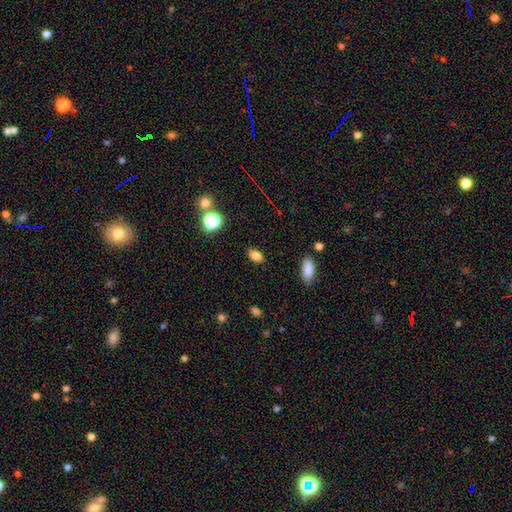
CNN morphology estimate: Smooth or featured?
  - smooth: 82% *
  - star or artifact: 13%
  - featured or disk: 6%
How rounded?
  - in between: 81% *
  - round: 16%
  - cigar-shaped: 3%
Merging?
  - none: 86% *
  - minor disturbance: 9%
  - major disturbance: 3%
  - merger: 2%